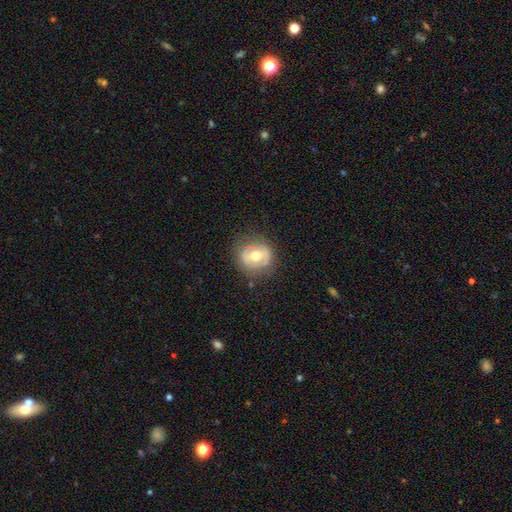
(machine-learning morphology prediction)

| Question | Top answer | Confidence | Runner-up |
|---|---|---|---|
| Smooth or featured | featured or disk | 53% | smooth (40%) |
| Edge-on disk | no | 95% | yes (5%) |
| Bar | no | 40% | weak (35%) |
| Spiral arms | no | 70% | yes (30%) |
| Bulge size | moderate | 77% | small (12%) |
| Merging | none | 77% | minor disturbance (15%) |